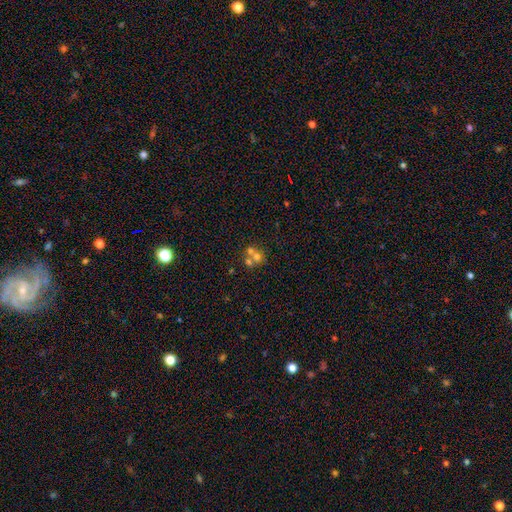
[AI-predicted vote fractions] A smooth galaxy with no disk features (57%) that is round (78%). Merging: merger (57%).